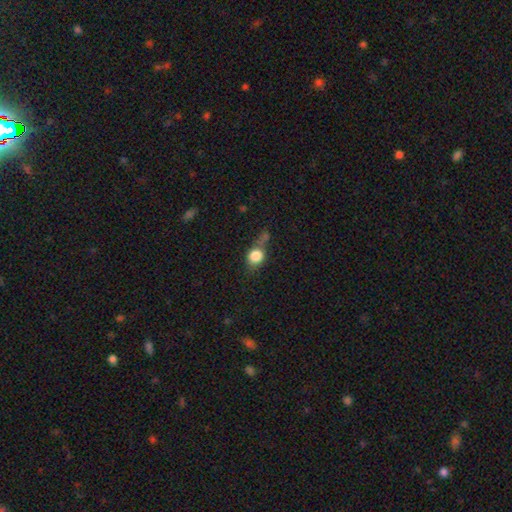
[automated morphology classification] A smooth galaxy with no disk features (79%) that is round (62%). Merging: none (41%).